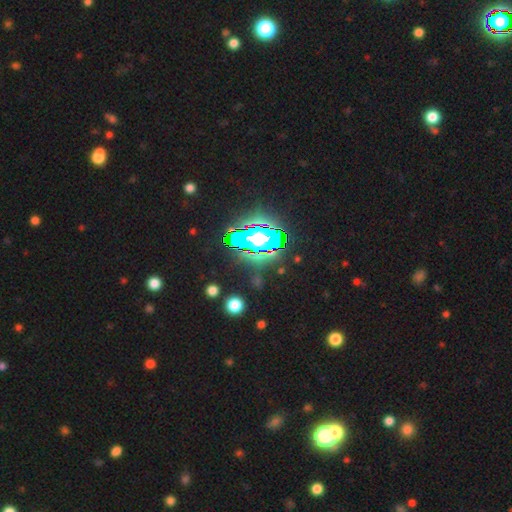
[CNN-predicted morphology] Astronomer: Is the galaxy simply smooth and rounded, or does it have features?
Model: star or artifact — 83%.